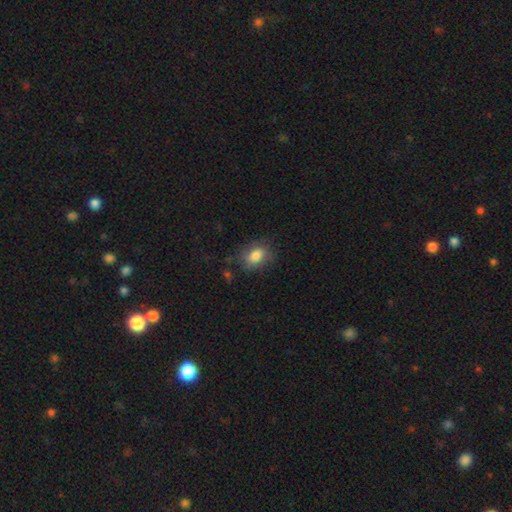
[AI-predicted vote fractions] Morphology: type=smooth (78%); roundness=in between (72%); merging=none (67%).